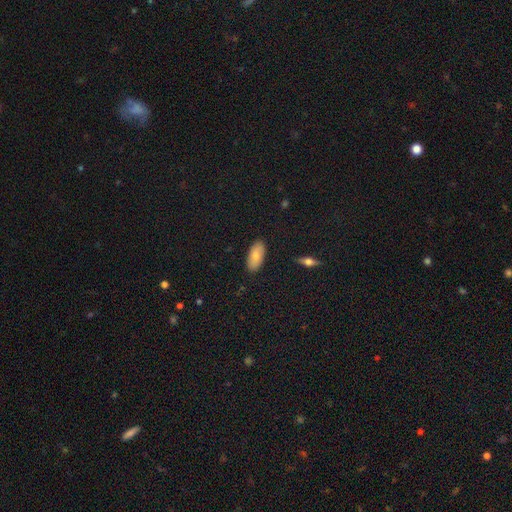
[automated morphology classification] A smooth galaxy with no disk features (83%) that is in between round and cigar-shaped (91%).

Vote fractions:
- Smooth or featured? smooth: 83% / featured or disk: 10% / star or artifact: 6%
- How rounded? in between: 91% / cigar-shaped: 7% / round: 2%
- Merging? none: 88% / minor disturbance: 9% / major disturbance: 2% / merger: 1%